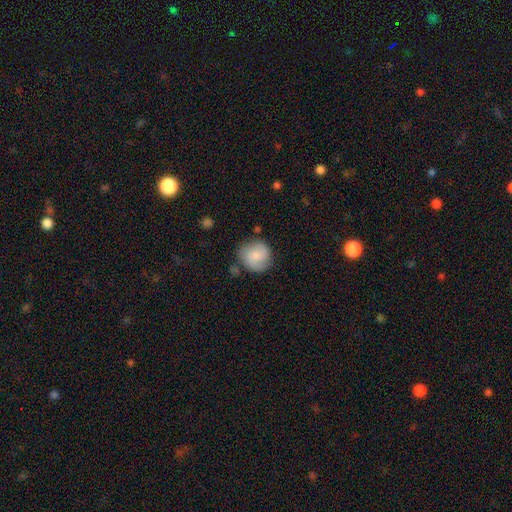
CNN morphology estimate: smooth-or-featured: smooth: 67% | featured or disk: 26% | star or artifact: 7%
  how-rounded: round: 87% | in between: 12% | cigar-shaped: 1%
  merging: none: 71% | minor disturbance: 19% | major disturbance: 6% | merger: 4%